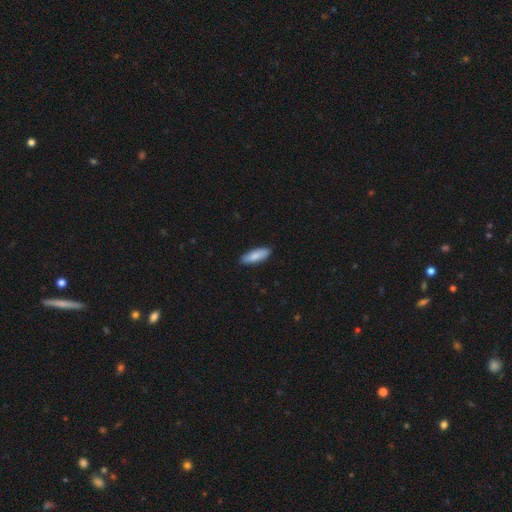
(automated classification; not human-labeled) Smooth or featured? Predicted: smooth (p=0.86). How rounded? Predicted: in between (p=0.58). Merging? Predicted: none (p=0.90).